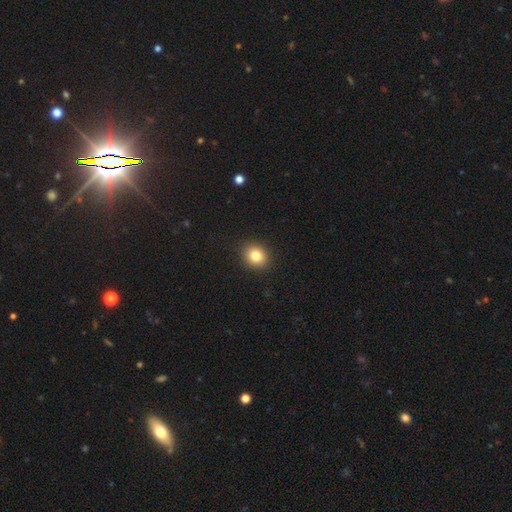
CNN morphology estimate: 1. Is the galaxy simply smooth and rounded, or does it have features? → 82% smooth, 11% star or artifact, 7% featured or disk.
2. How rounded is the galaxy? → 67% round, 32% in between, 1% cigar-shaped.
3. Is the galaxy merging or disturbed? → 91% none, 6% minor disturbance, 2% major disturbance, 1% merger.